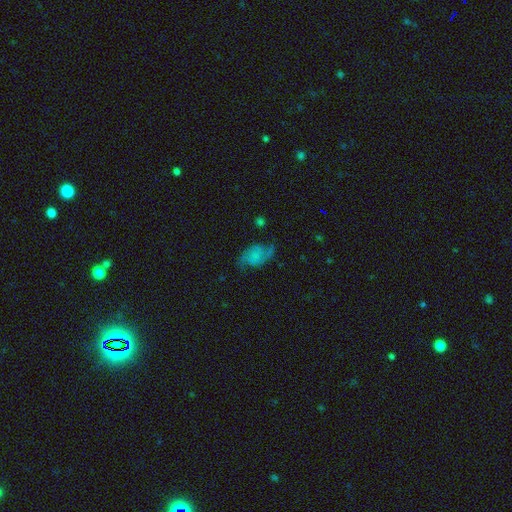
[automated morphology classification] smooth_or_featured: featured or disk (p=0.68) [alt: smooth p=0.23]
disk_edge_on: no (p=0.97) [alt: yes p=0.03]
bar: no (p=0.69) [alt: weak p=0.26]
has_spiral_arms: yes (p=0.93) [alt: no p=0.07]
spiral_winding: loose (p=0.47) [alt: medium p=0.40]
spiral_arm_count: 2 (p=0.90) [alt: can't tell p=0.04]
bulge_size: none (p=0.44) [alt: small p=0.36]
merging: none (p=0.64) [alt: minor disturbance p=0.22]